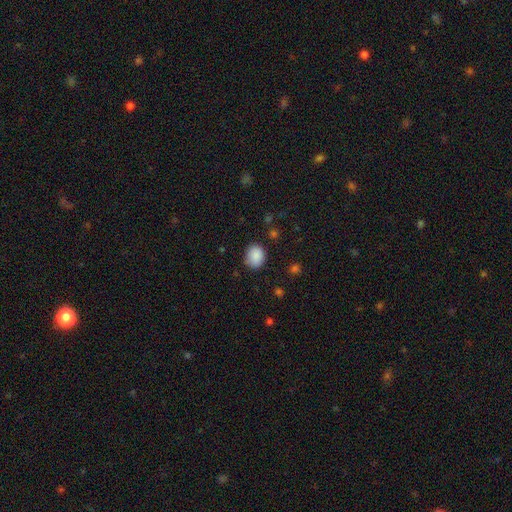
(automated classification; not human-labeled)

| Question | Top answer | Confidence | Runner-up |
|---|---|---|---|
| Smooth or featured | smooth | 88% | star or artifact (8%) |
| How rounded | round | 51% | in between (48%) |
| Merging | none | 81% | minor disturbance (14%) |